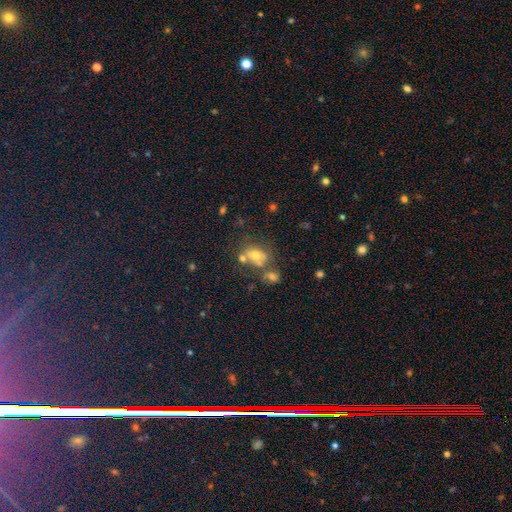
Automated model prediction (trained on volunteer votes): Morphology: type=smooth (58%); roundness=in between (56%); merging=none (43%).